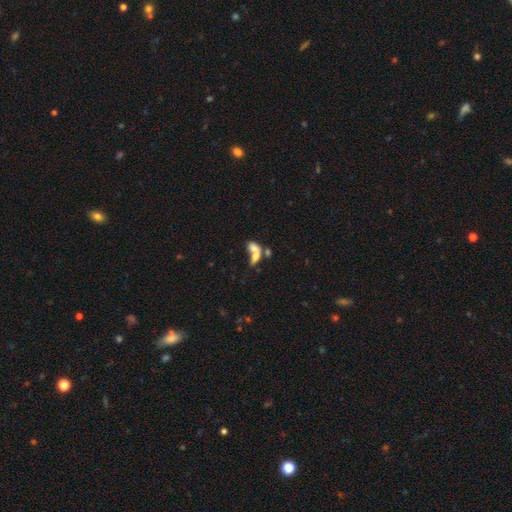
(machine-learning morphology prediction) This appears to be a smooth galaxy with no disk features (65%) that is in between round and cigar-shaped (78%). Merging: merger (68%).